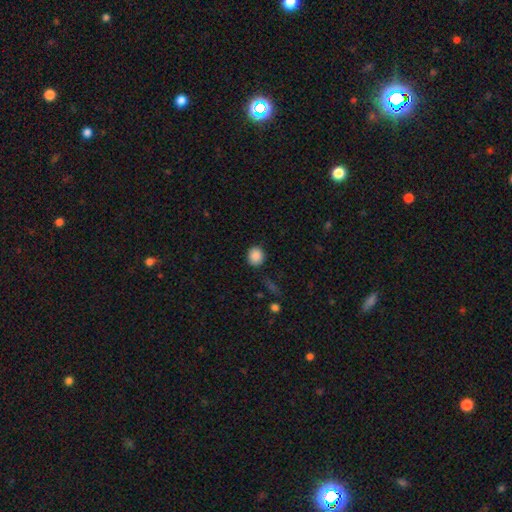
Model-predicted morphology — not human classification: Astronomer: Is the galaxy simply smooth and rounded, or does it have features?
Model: smooth — 88%.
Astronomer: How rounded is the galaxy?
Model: round — 86%.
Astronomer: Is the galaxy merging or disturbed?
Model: none — 89%.